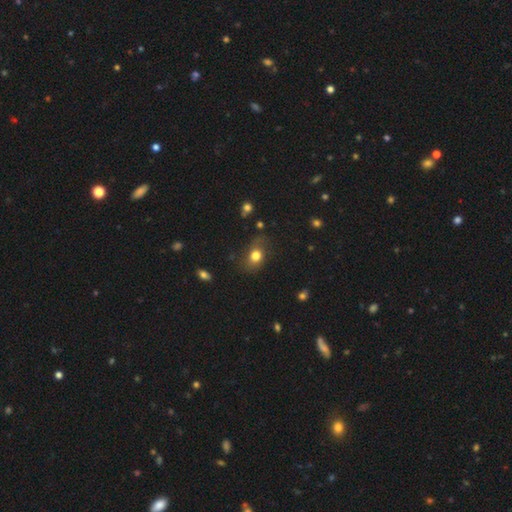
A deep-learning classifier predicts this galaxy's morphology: Smooth or featured? Predicted: smooth (p=0.74). How rounded? Predicted: in between (p=0.59). Merging? Predicted: none (p=0.66).